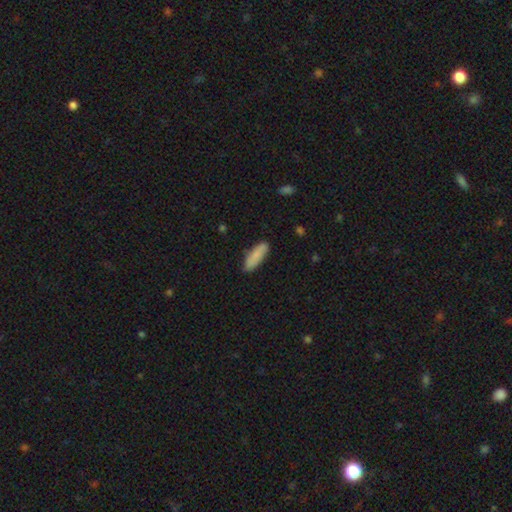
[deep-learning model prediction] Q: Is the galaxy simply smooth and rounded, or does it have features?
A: smooth — 86%.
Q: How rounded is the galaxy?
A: in between — 53%.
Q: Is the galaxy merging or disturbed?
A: none — 85%.